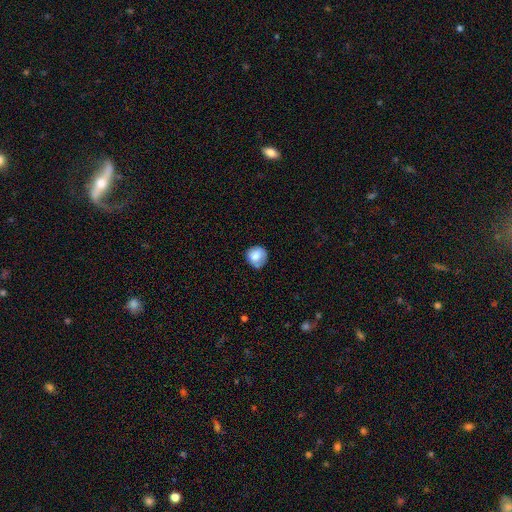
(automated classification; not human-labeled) Q: Smooth or featured?
A: smooth (77%); runner-up: featured or disk (15%)
Q: How rounded?
A: round (85%); runner-up: in between (14%)
Q: Merging?
A: none (62%); runner-up: minor disturbance (27%)